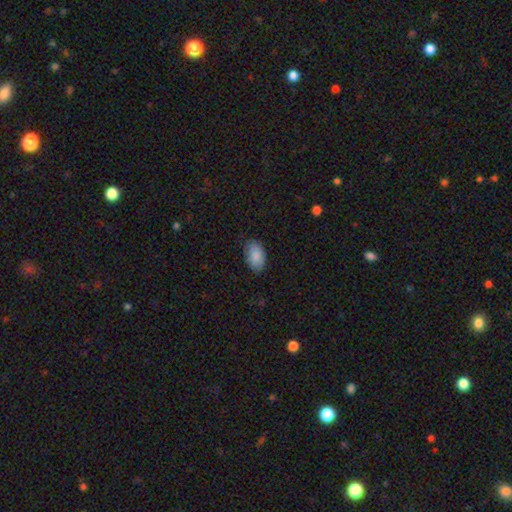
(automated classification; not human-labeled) Morphology: type=smooth (88%); roundness=in between (94%); merging=none (82%).